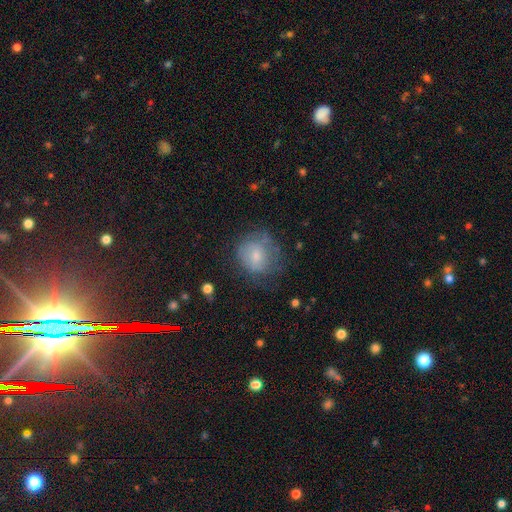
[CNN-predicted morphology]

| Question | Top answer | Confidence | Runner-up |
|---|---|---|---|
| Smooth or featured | smooth | 64% | featured or disk (27%) |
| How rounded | round | 75% | in between (24%) |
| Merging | none | 50% | minor disturbance (29%) |